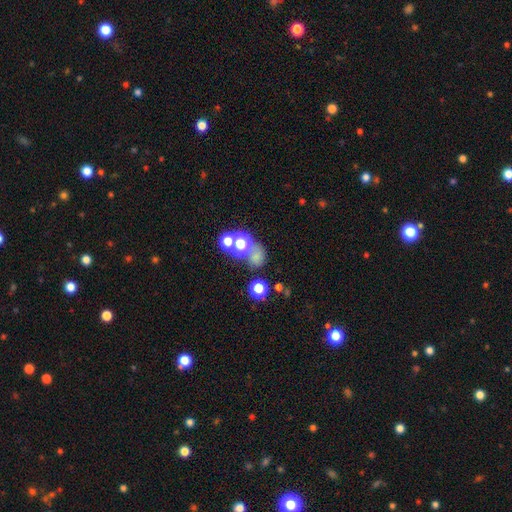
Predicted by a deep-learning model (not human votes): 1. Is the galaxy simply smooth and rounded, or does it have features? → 57% smooth, 31% star or artifact, 13% featured or disk.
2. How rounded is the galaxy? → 67% round, 31% in between, 1% cigar-shaped.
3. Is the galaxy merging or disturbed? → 45% none, 32% merger, 12% minor disturbance, 10% major disturbance.